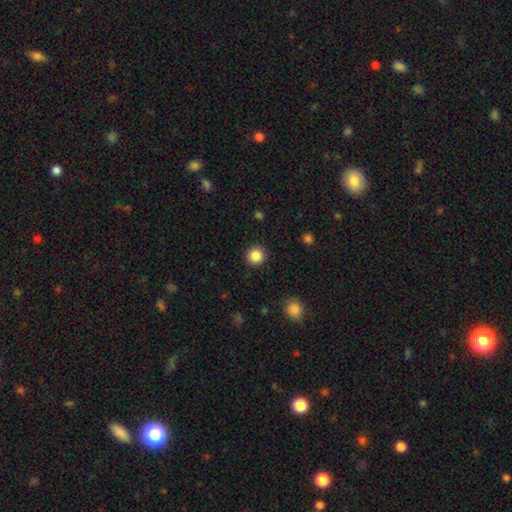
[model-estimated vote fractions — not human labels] Overall: smooth (85%). How rounded: round (95%). Merging: none (92%).